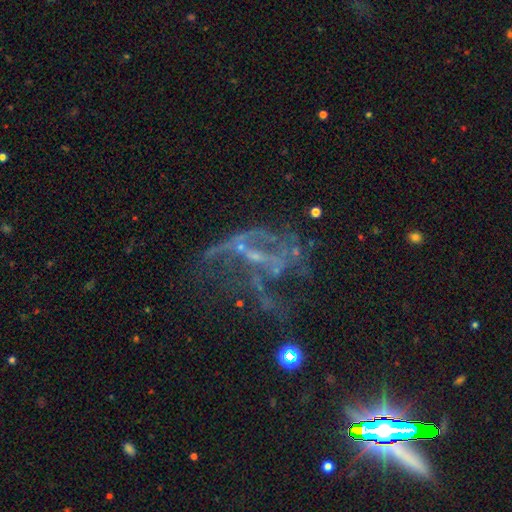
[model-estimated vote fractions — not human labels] Smooth or featured? featured or disk (59%)
Edge-on disk? no (95%)
Bar? no (62%)
Spiral arms? no (61%)
Bulge size? none (51%)
Merging? major disturbance (47%)